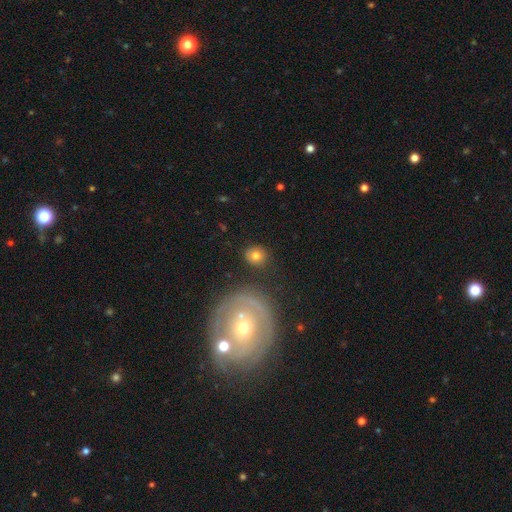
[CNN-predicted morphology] The model was most divided on "smooth or featured": smooth: 76%, featured or disk: 15%, star or artifact: 9%. More confident: how rounded — round (85%); merging — none (84%).